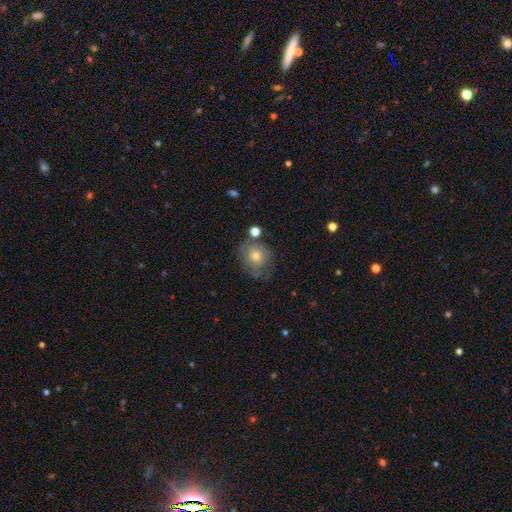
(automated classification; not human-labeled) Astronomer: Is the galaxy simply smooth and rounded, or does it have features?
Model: smooth — 65%.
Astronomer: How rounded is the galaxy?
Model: round — 80%.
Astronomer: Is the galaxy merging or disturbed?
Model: none — 63%.